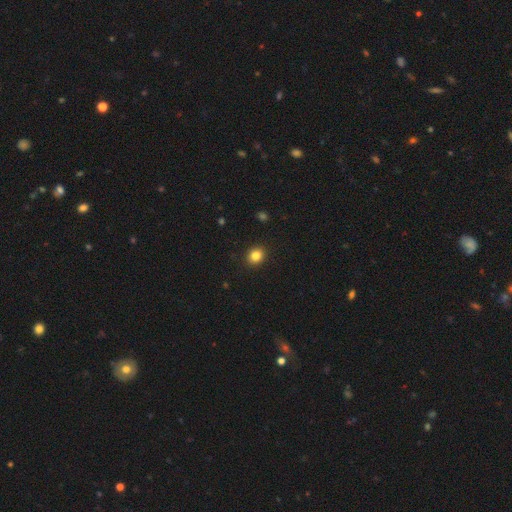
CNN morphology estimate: The model was most divided on "how rounded": round: 74%, in between: 25%, cigar-shaped: 1%. More confident: merging — none (92%); smooth or featured — smooth (84%).